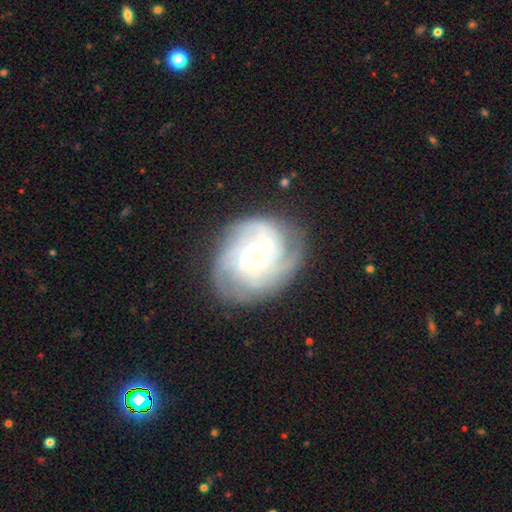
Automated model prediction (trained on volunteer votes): Morphology: type=featured or disk (84%); edge-on=no (97%); bar=weak (52%); spiral arms=yes (95%); winding=tight (60%); arm count=can't tell (29%); bulge=moderate (53%); merging=none (76%).